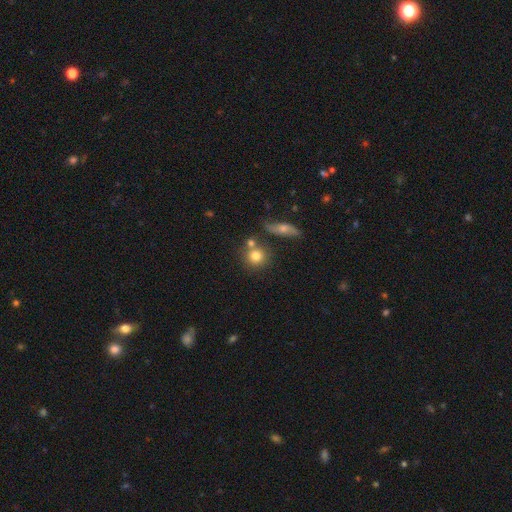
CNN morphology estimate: Smooth or featured? smooth (77%)
How rounded? round (87%)
Merging? none (65%)